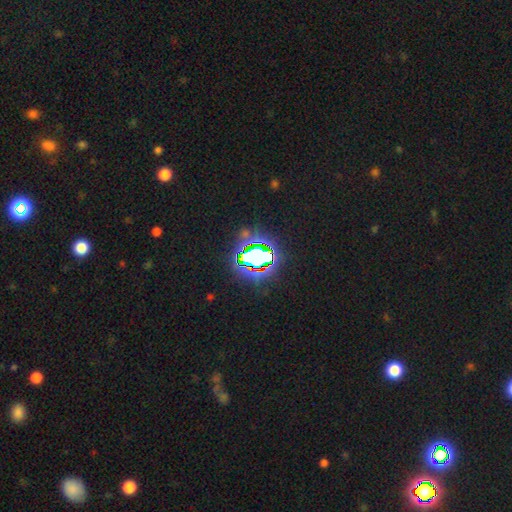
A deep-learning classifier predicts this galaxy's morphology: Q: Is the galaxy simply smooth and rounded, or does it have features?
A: star or artifact — 69%.